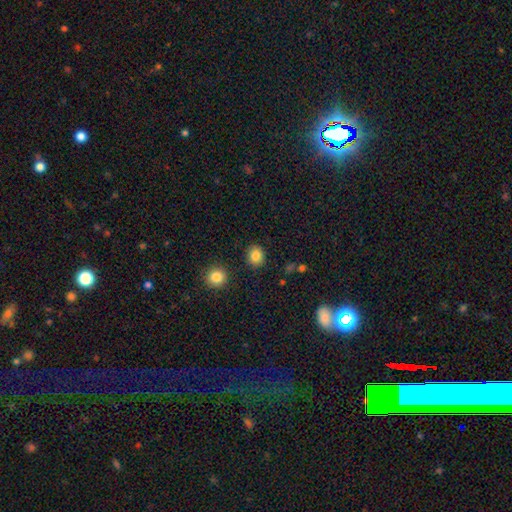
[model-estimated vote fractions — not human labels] Q: Smooth or featured?
A: smooth (85%); runner-up: star or artifact (10%)
Q: How rounded?
A: round (70%); runner-up: in between (29%)
Q: Merging?
A: none (88%); runner-up: minor disturbance (7%)